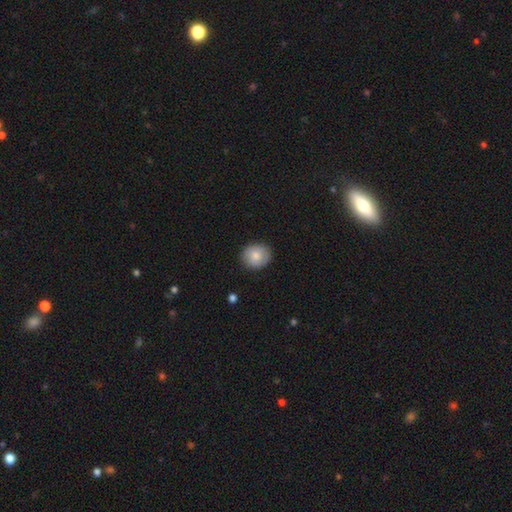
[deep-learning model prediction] Smooth or featured? smooth (79%)
How rounded? round (76%)
Merging? none (87%)